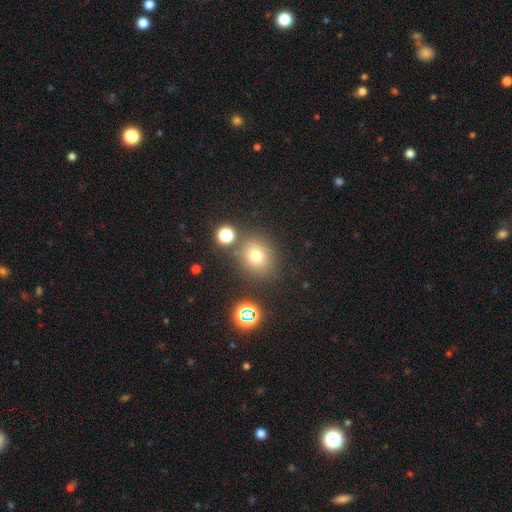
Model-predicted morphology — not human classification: Smooth or featured? Predicted: smooth (p=0.72). How rounded? Predicted: round (p=0.77). Merging? Predicted: none (p=0.79).